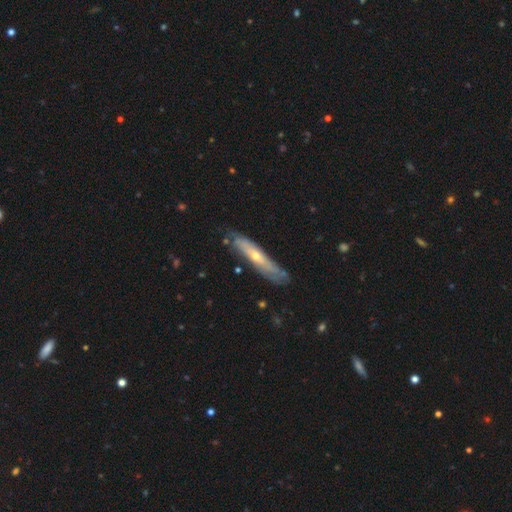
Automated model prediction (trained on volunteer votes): A featured or disk galaxy (63%) viewed edge-on (60%).

Vote fractions:
- Smooth or featured? featured or disk: 63% / smooth: 31% / star or artifact: 6%
- Edge-on disk? yes: 60% / no: 40%
- Merging? none: 73% / minor disturbance: 20% / major disturbance: 5% / merger: 2%